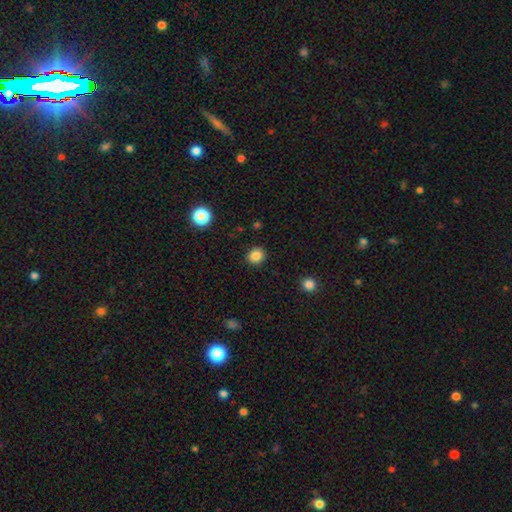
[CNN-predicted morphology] A smooth galaxy with no disk features (86%) that is round (82%). Merging: none (91%).